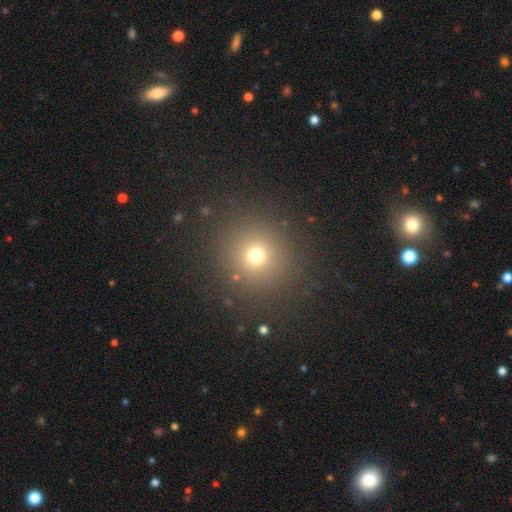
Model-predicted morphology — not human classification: smooth-or-featured: smooth: 70% | star or artifact: 22% | featured or disk: 8%
  how-rounded: round: 92% | in between: 7% | cigar-shaped: 1%
  merging: none: 86% | minor disturbance: 7% | major disturbance: 4% | merger: 2%